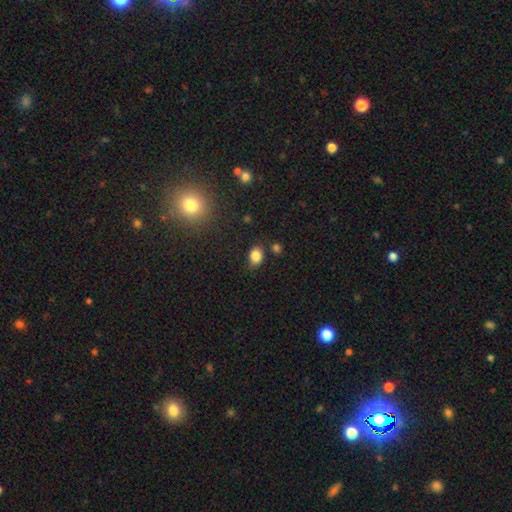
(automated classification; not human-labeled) This is clearly a smooth galaxy (85%). How rounded: likely in between (64%). Merging: likely none (76%).